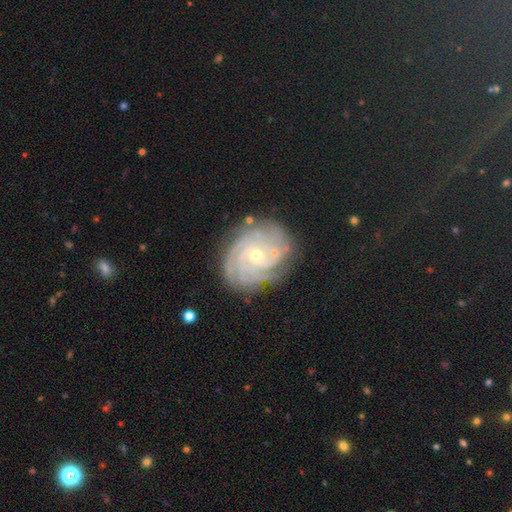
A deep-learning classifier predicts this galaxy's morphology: Smooth or featured?
  - featured or disk: 87% *
  - smooth: 7%
  - star or artifact: 6%
Edge-on disk?
  - no: 97% *
  - yes: 3%
Bar?
  - no: 67% *
  - weak: 27%
  - strong: 6%
Spiral arms?
  - yes: 97% *
  - no: 3%
Spiral winding?
  - tight: 76% *
  - medium: 20%
  - loose: 4%
Spiral arm count?
  - can't tell: 26% *
  - 4: 24%
  - 3: 21%
  - 2: 11%
  - more than 4: 11%
  - 1: 6%
Bulge size?
  - small: 65% *
  - moderate: 32%
  - large: 1%
  - none: 1%
  - dominant: 1%
Merging?
  - none: 76% *
  - minor disturbance: 17%
  - major disturbance: 6%
  - merger: 2%